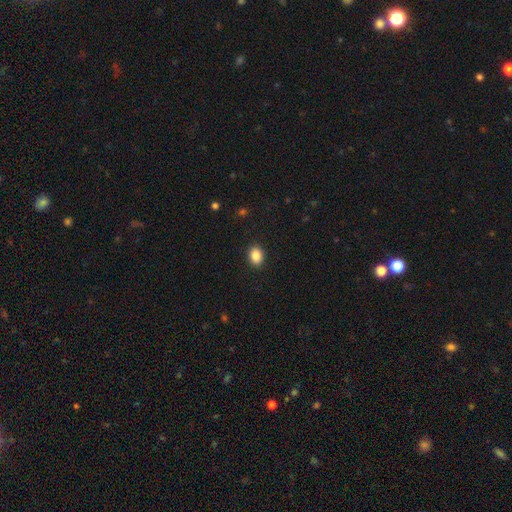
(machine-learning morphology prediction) Smooth or featured? Predicted: smooth (p=0.87). How rounded? Predicted: in between (p=0.66). Merging? Predicted: none (p=0.91).